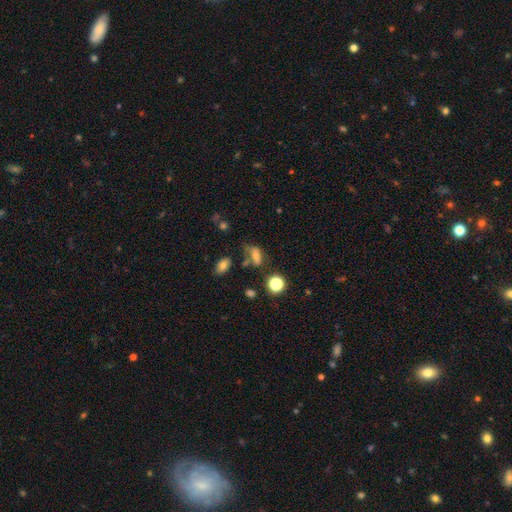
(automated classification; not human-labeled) Overall: smooth (63%). How rounded: in between (72%). Merging: none (46%; minor disturbance 25%).